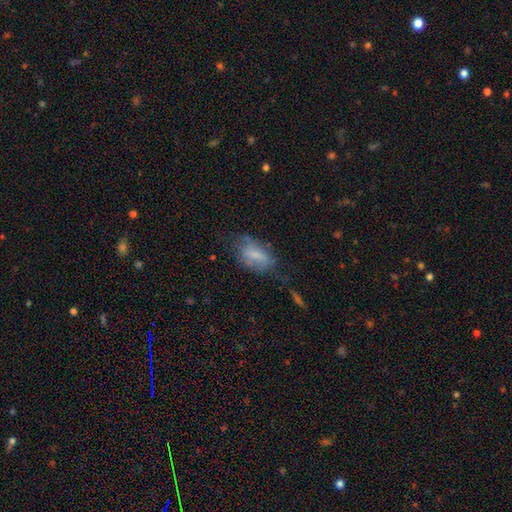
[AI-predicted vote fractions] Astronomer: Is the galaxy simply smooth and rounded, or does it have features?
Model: smooth — 64%.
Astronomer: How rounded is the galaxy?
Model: in between — 89%.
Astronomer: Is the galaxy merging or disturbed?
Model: none — 47% (runner-up: minor disturbance, 30%).